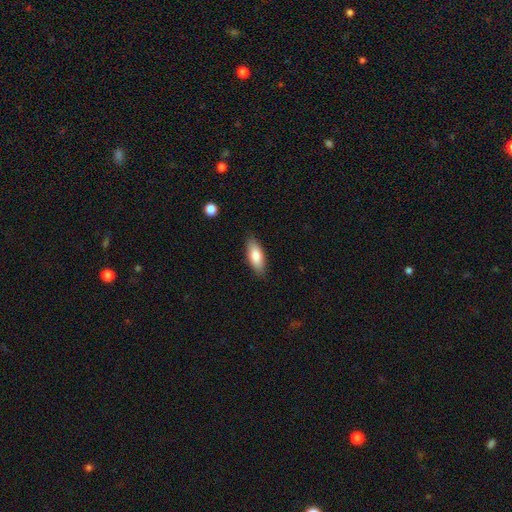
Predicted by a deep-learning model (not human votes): The model was most divided on "how rounded": in between: 76%, cigar-shaped: 21%, round: 2%. More confident: merging — none (86%); smooth or featured — smooth (82%).